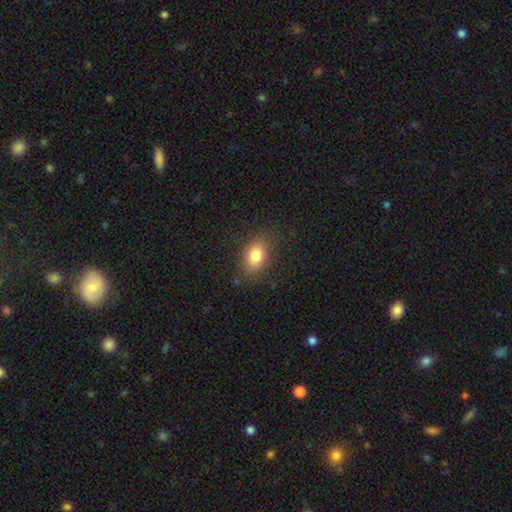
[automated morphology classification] Smooth or featured?
  - smooth: 81% *
  - star or artifact: 9%
  - featured or disk: 9%
How rounded?
  - in between: 81% *
  - round: 16%
  - cigar-shaped: 2%
Merging?
  - none: 80% *
  - minor disturbance: 14%
  - major disturbance: 5%
  - merger: 1%